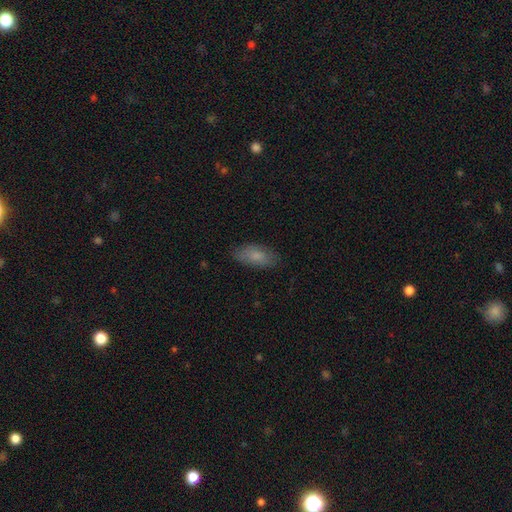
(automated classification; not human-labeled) smooth-or-featured: smooth: 81% | featured or disk: 12% | star or artifact: 7%
  how-rounded: in between: 87% | cigar-shaped: 10% | round: 2%
  merging: none: 81% | minor disturbance: 15% | major disturbance: 3% | merger: 1%